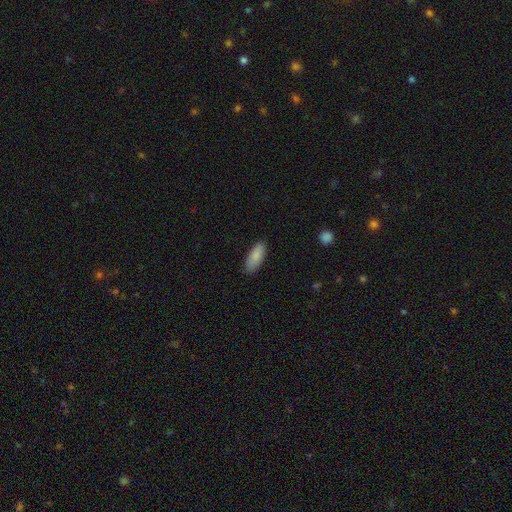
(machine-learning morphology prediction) The model was most divided on "how rounded": in between: 76%, cigar-shaped: 22%, round: 2%. More confident: smooth or featured — smooth (88%); merging — none (86%).